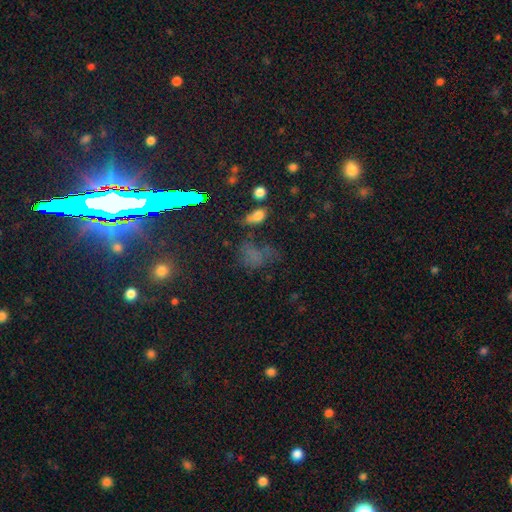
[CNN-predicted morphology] Overall: smooth (48%; star or artifact 36%). Merging: none (44%; major disturbance 25%).